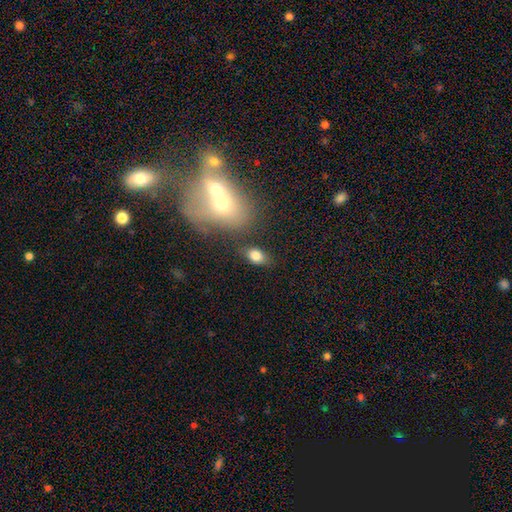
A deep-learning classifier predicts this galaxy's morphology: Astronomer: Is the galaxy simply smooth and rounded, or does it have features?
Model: smooth — 81%.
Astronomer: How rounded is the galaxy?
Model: in between — 83%.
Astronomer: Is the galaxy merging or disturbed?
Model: none — 74%.